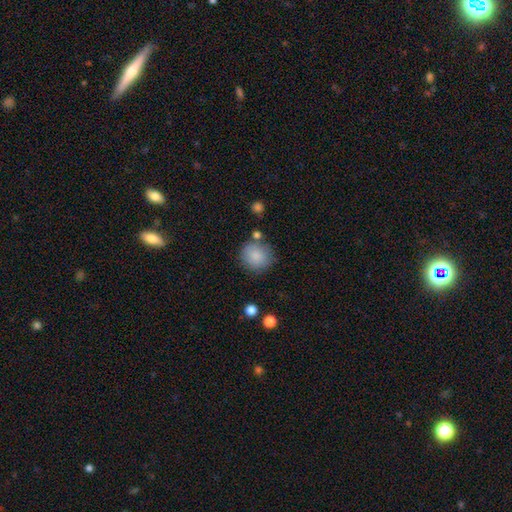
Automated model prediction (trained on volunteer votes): Smooth or featured: smooth — 86% (star or artifact — 8%)
How rounded: round — 88% (in between — 11%)
Merging: none — 78% (minor disturbance — 12%)